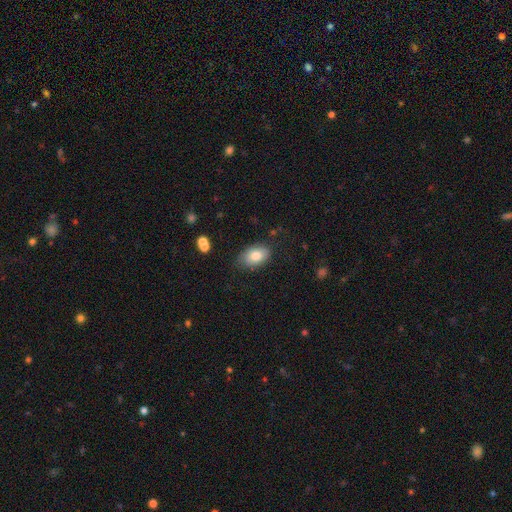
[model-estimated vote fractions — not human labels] Smooth or featured? Predicted: smooth (p=0.79). How rounded? Predicted: in between (p=0.89). Merging? Predicted: none (p=0.73).